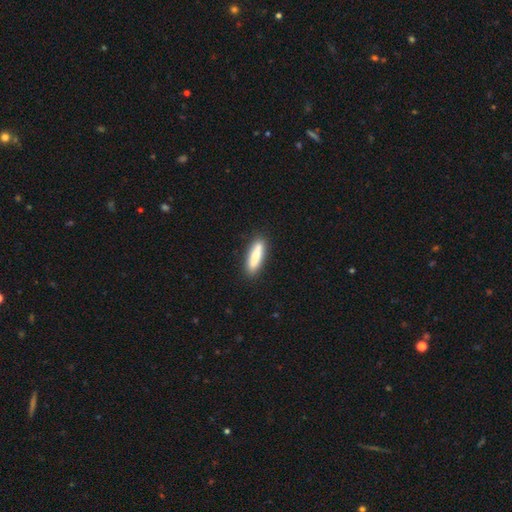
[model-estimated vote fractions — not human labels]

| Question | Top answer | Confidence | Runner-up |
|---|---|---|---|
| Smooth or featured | smooth | 81% | featured or disk (13%) |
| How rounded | cigar-shaped | 72% | in between (26%) |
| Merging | none | 87% | minor disturbance (10%) |